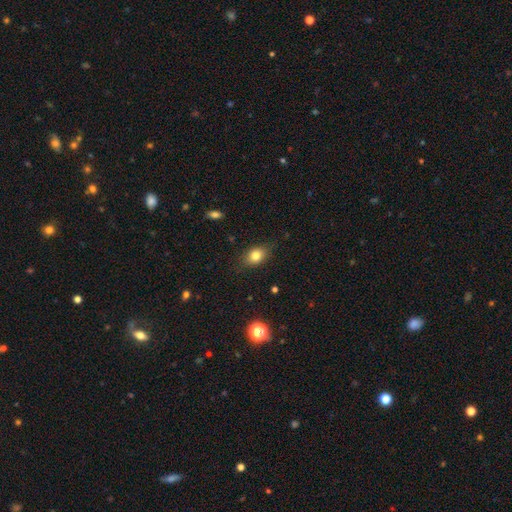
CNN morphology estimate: Q: Smooth or featured?
A: smooth (80%); runner-up: featured or disk (10%)
Q: How rounded?
A: in between (68%); runner-up: round (30%)
Q: Merging?
A: none (81%); runner-up: minor disturbance (15%)